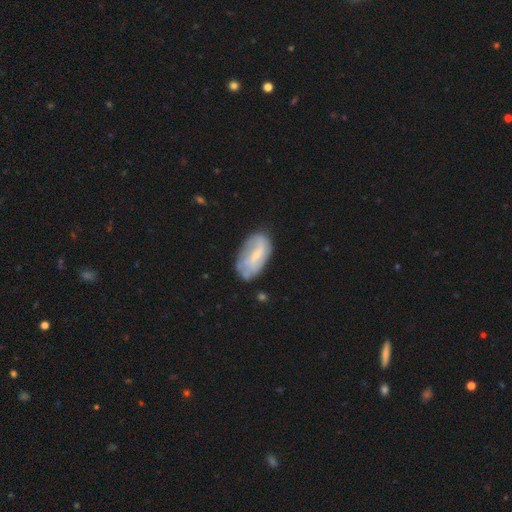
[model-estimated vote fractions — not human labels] A featured or disk galaxy (50%). Merging: none (58%).